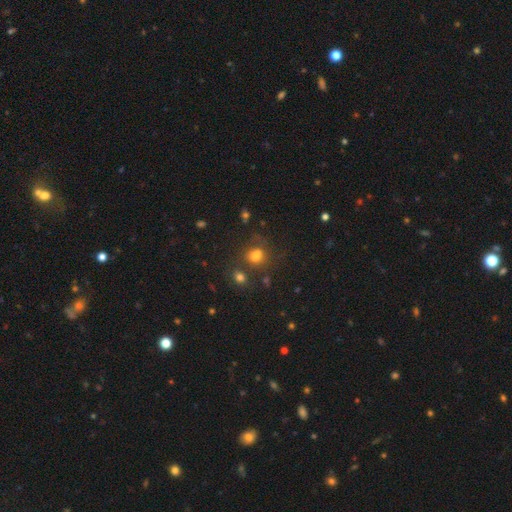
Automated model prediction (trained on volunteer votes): Q: Smooth or featured?
A: smooth (69%); runner-up: star or artifact (20%)
Q: How rounded?
A: round (67%); runner-up: in between (31%)
Q: Merging?
A: none (48%); runner-up: merger (33%)